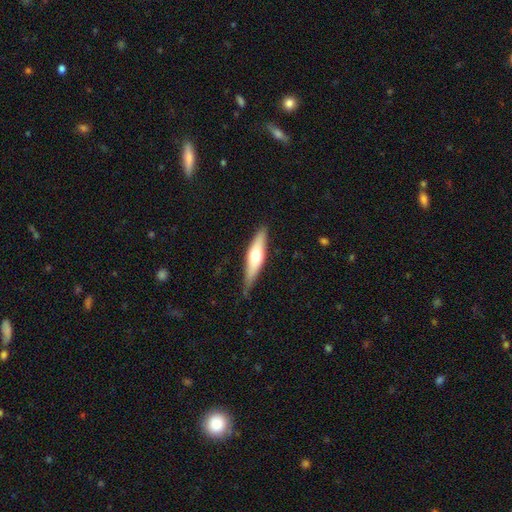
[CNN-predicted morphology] Overall: smooth (48%; featured or disk 47%). Merging: none (79%).